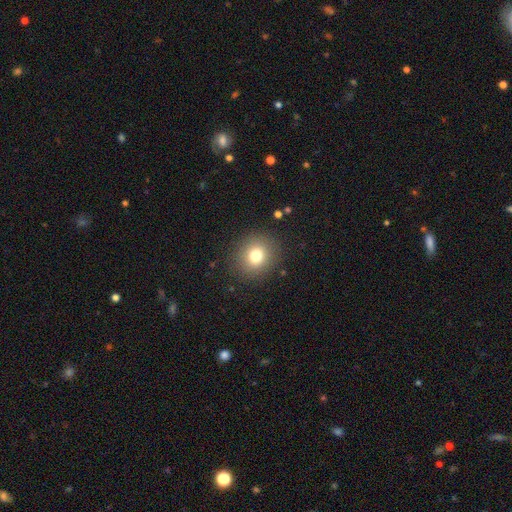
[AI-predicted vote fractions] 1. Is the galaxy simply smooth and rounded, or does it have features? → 77% smooth, 13% star or artifact, 10% featured or disk.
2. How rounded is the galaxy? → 81% round, 18% in between, 1% cigar-shaped.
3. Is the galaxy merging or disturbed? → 88% none, 7% minor disturbance, 3% major disturbance, 1% merger.